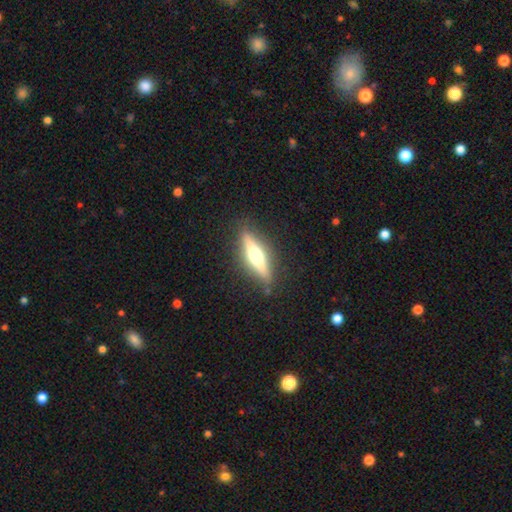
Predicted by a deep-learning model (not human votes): Morphology: type=featured or disk (62%); edge-on=yes (94%); edge-on bulge=rounded (90%); merging=none (86%).